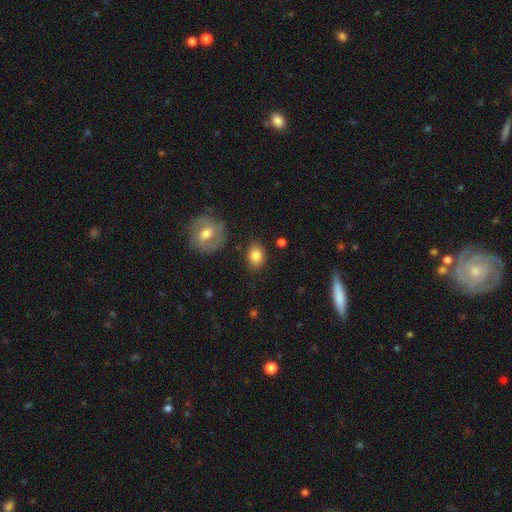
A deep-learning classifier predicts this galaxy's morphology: smooth 83%, featured or disk 9%, star or artifact 8%. Down the decision tree: how rounded — in between (65%); merging — none (81%).